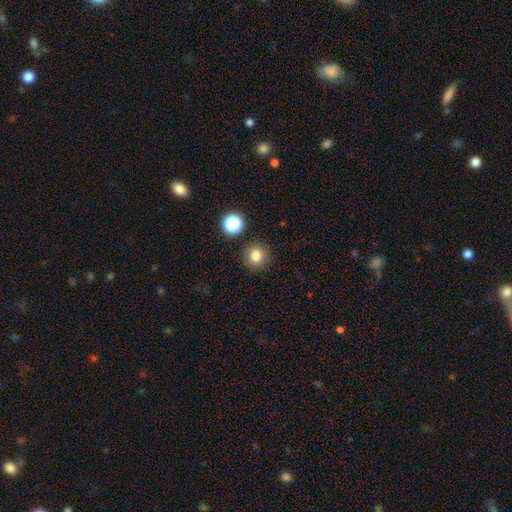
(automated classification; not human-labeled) Smooth or featured: smooth — 80% (star or artifact — 14%)
How rounded: round — 94% (in between — 5%)
Merging: none — 88% (minor disturbance — 6%)